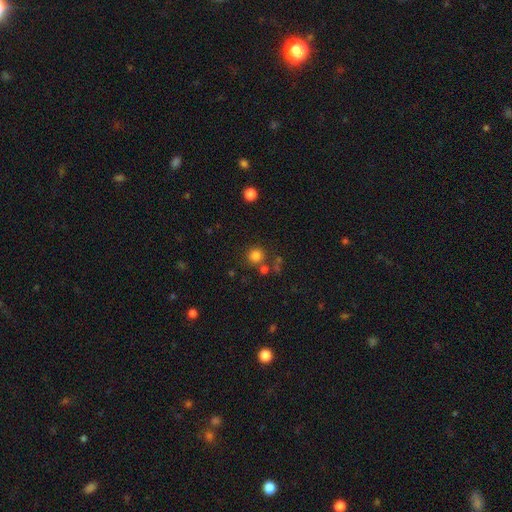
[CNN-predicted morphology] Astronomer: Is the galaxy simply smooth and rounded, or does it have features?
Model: smooth — 80%.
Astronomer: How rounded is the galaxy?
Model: round — 93%.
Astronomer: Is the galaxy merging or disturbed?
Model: none — 77%.